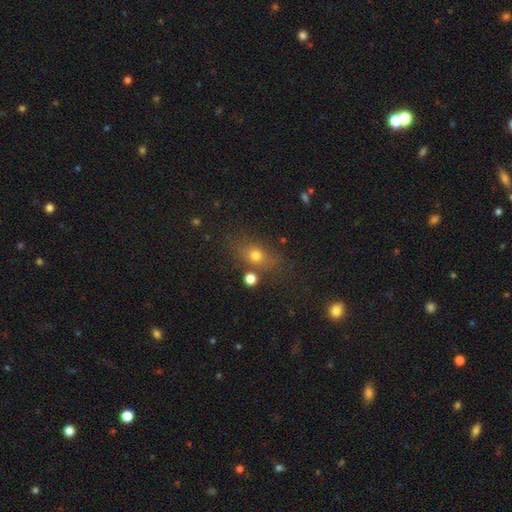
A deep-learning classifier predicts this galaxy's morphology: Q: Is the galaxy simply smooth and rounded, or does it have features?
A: smooth — 69%.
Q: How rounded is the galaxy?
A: in between — 53%.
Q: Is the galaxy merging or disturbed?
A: none — 66%.